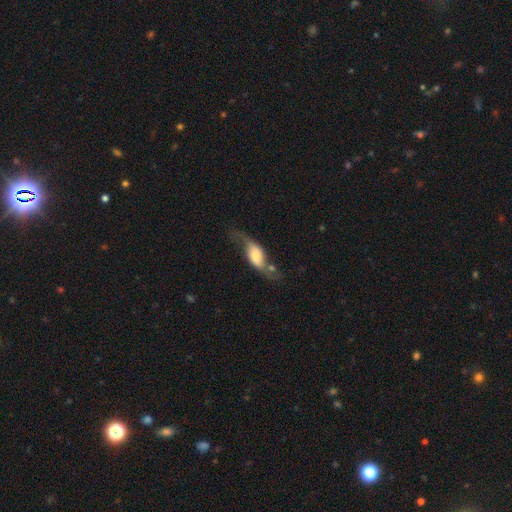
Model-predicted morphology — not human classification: This appears to be a featured or disk galaxy (62%) with no bar (59%), spiral arms (83%) and a moderate central bulge (36%). Merging: none (45%).